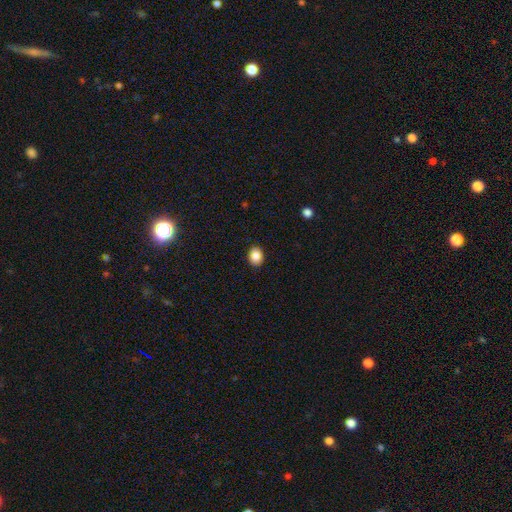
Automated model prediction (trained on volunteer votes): Overall: smooth (87%). How rounded: in between (53%; round 46%). Merging: none (91%).